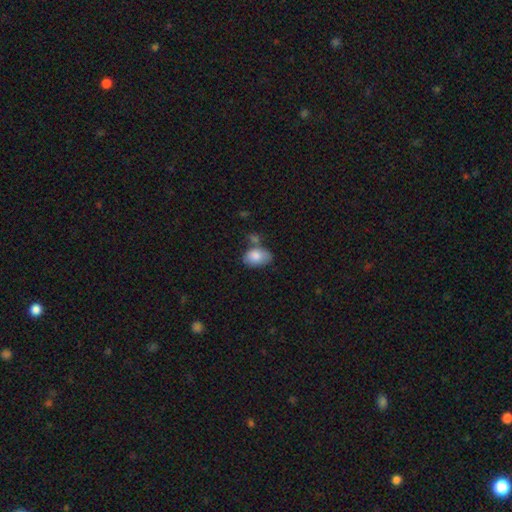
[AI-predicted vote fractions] Overall: smooth (82%). How rounded: in between (87%). Merging: none (54%; minor disturbance 23%).